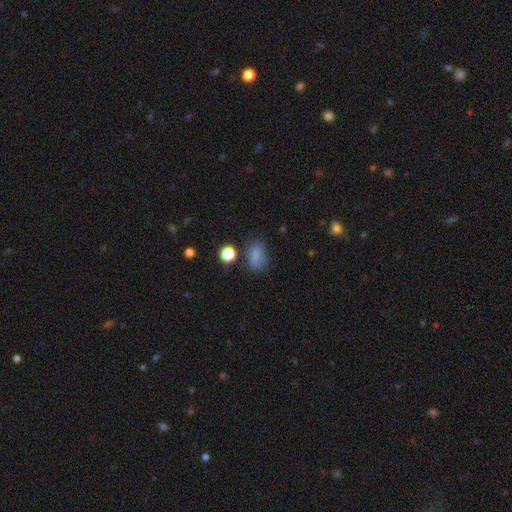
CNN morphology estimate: The model was most divided on "merging": none: 60%, minor disturbance: 24%, major disturbance: 11%, merger: 5%. More confident: how rounded — in between (77%); smooth or featured — smooth (71%).